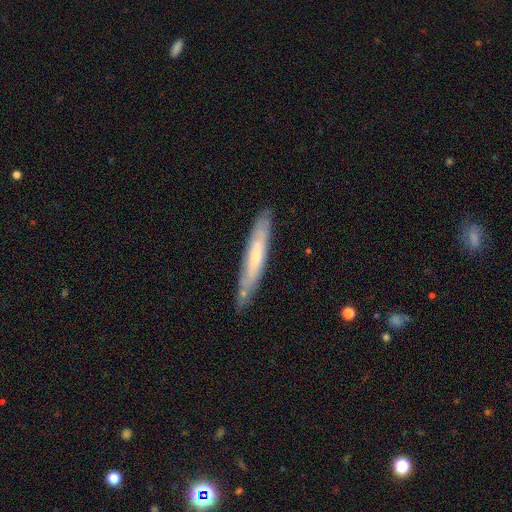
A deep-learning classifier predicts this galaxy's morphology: Smooth or featured? featured or disk (49%)
Merging? none (81%)